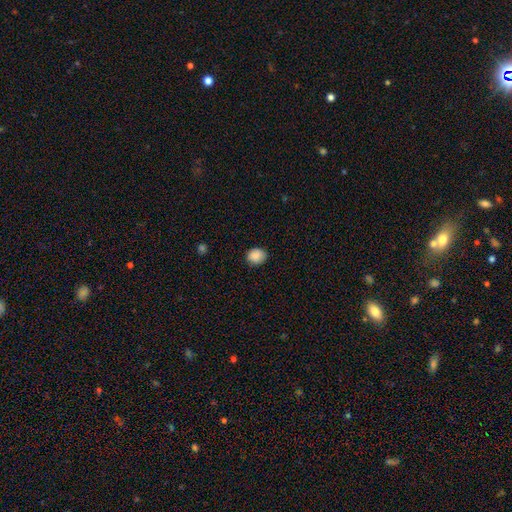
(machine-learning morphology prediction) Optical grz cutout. It shows a smooth galaxy with no disk features (88%) that is round (69%). Merging: none (85%).